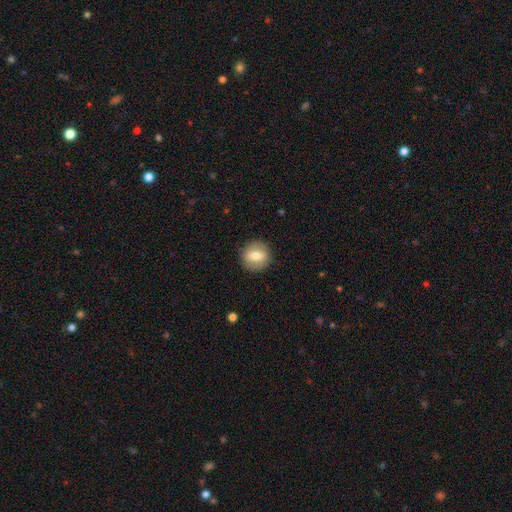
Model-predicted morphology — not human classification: Q: Smooth or featured?
A: smooth (65%); runner-up: featured or disk (27%)
Q: How rounded?
A: round (86%); runner-up: in between (13%)
Q: Merging?
A: none (89%); runner-up: minor disturbance (8%)